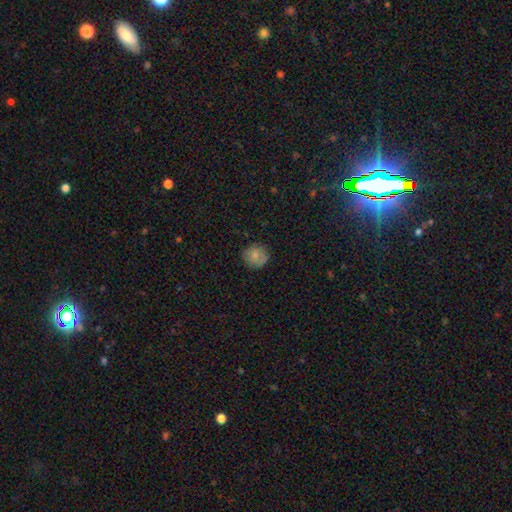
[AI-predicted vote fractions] Smooth or featured: smooth — 78% (featured or disk — 13%)
How rounded: round — 90% (in between — 9%)
Merging: none — 82% (minor disturbance — 15%)